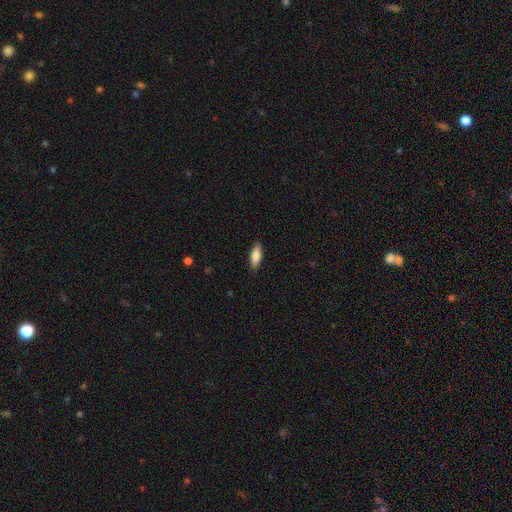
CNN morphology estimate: type=smooth (79%); roundness=in between (62%); merging=none (88%).